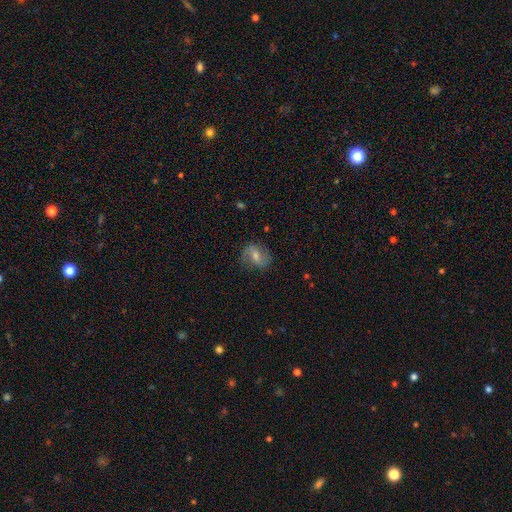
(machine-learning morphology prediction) Smooth or featured? featured or disk (61%)
Edge-on disk? no (96%)
Bar? weak (47%)
Spiral arms? yes (87%)
Spiral winding? medium (43%)
Spiral arm count? 2 (84%)
Bulge size? moderate (59%)
Merging? none (78%)